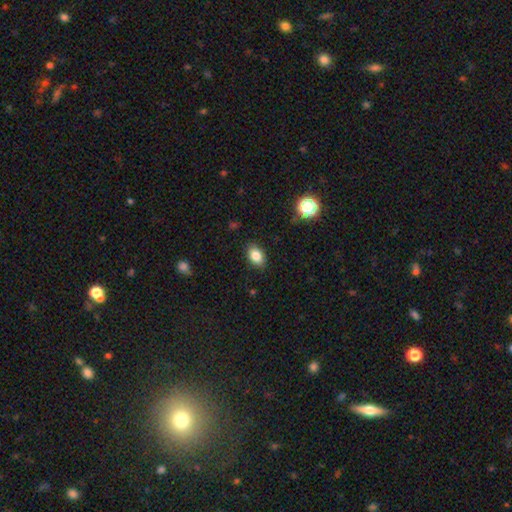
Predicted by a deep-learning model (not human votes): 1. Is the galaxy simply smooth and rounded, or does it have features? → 83% smooth, 9% star or artifact, 7% featured or disk.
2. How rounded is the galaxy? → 85% in between, 13% round, 2% cigar-shaped.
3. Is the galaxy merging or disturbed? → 87% none, 10% minor disturbance, 2% major disturbance, 1% merger.